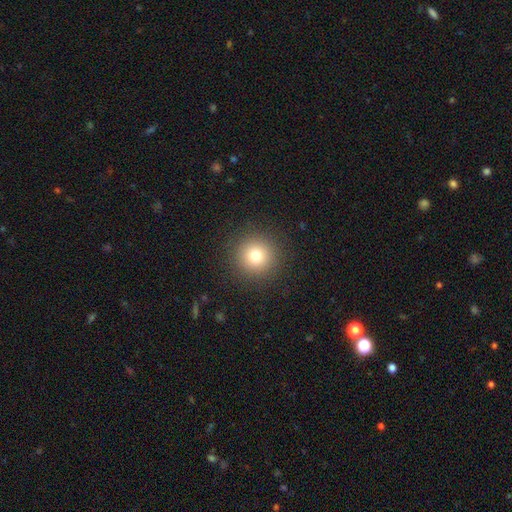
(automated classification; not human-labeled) smooth 77%, star or artifact 14%, featured or disk 9%. Down the decision tree: how rounded — round (96%); merging — none (91%).